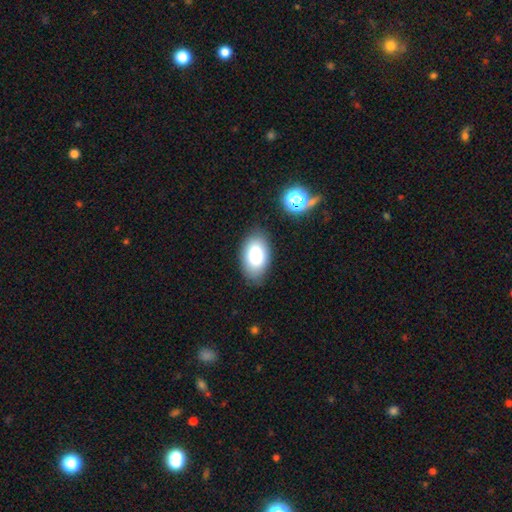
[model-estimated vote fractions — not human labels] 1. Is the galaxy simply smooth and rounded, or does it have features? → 84% smooth, 8% star or artifact, 7% featured or disk.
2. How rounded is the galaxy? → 93% in between, 6% round, 1% cigar-shaped.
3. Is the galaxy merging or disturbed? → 82% none, 13% minor disturbance, 3% major disturbance, 2% merger.